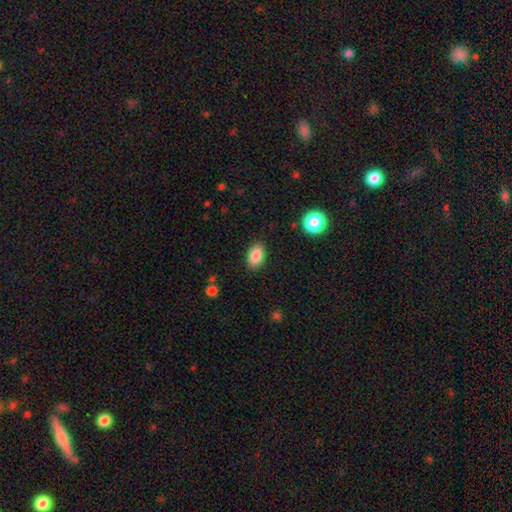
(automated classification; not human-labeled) Smooth or featured?
  - smooth: 87% *
  - star or artifact: 8%
  - featured or disk: 5%
How rounded?
  - in between: 88% *
  - round: 11%
  - cigar-shaped: 1%
Merging?
  - none: 86% *
  - minor disturbance: 10%
  - major disturbance: 3%
  - merger: 1%